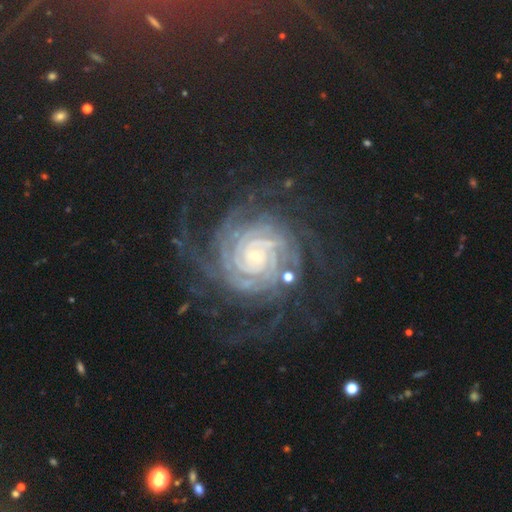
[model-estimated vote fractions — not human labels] Overall: featured or disk (90%). Edge-on disk: no (98%). Bar: no (62%; weak 25%). Spiral arms: yes (99%). Spiral arm count: more than 4 (21%; can't tell 19%). Spiral winding: tight (84%). Bulge size: small (75%). Merging: none (70%).